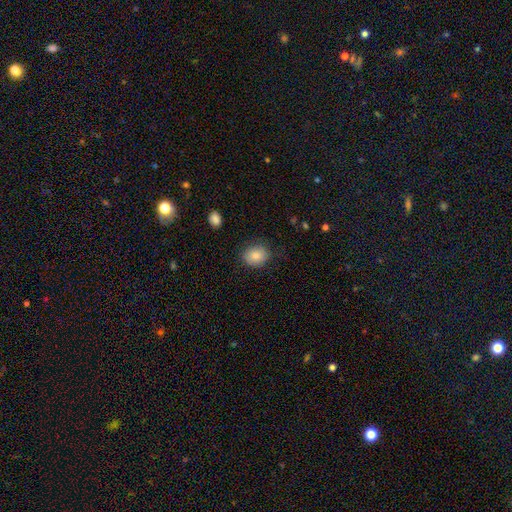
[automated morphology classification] smooth_or_featured: smooth (p=0.85) [alt: star or artifact p=0.08]
how_rounded: round (p=0.54) [alt: in between p=0.45]
merging: none (p=0.82) [alt: minor disturbance p=0.14]